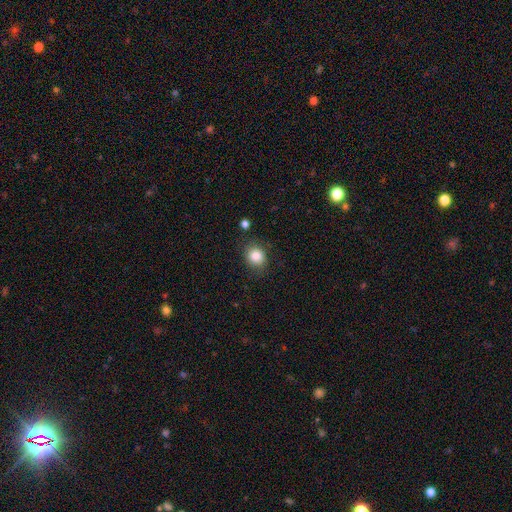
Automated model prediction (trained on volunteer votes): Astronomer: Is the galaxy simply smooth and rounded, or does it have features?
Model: smooth — 85%.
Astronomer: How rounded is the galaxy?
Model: round — 70%.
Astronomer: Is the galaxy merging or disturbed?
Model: none — 79%.